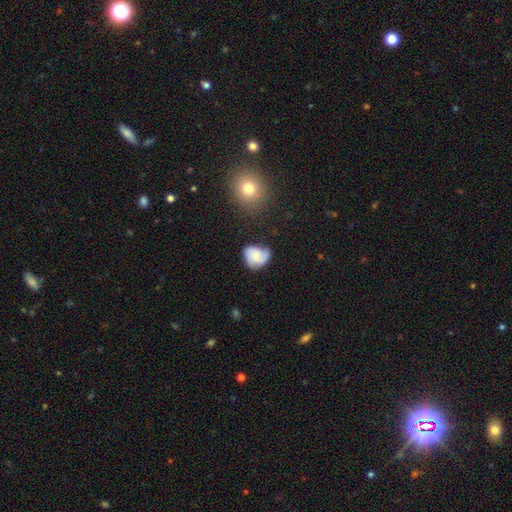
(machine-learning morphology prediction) smooth-or-featured: featured or disk: 47% | smooth: 45% | star or artifact: 8%
  merging: none: 44% | minor disturbance: 34% | major disturbance: 18% | merger: 4%